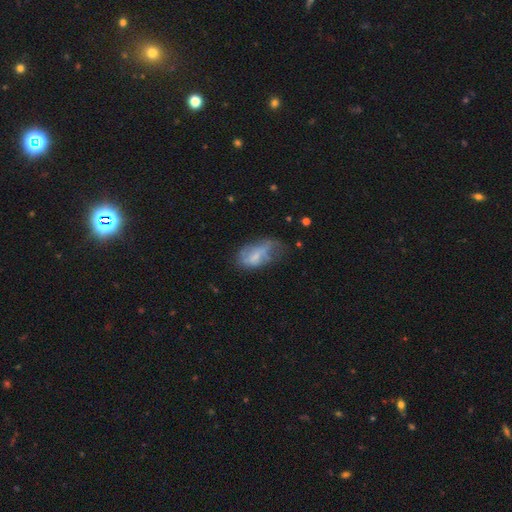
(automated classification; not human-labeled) Morphology: type=smooth (54%); roundness=in between (90%); merging=minor disturbance (35%).